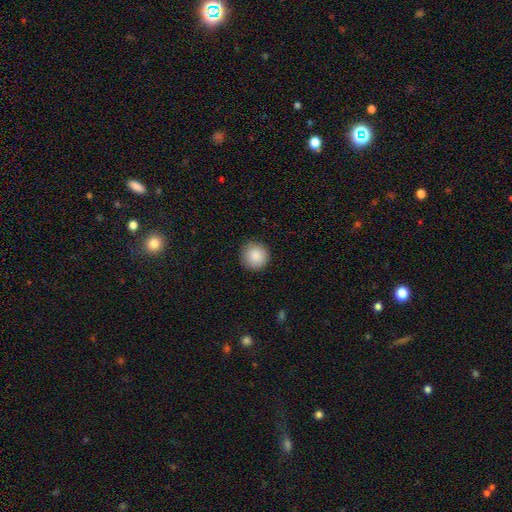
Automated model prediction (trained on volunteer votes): Morphology: type=smooth (88%); roundness=round (95%); merging=none (90%).